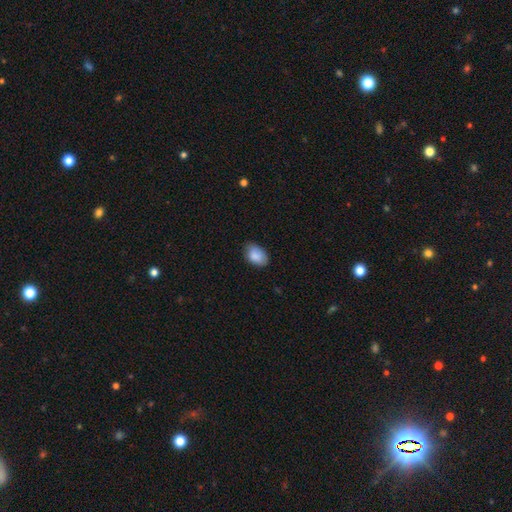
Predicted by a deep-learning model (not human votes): Q: Smooth or featured?
A: smooth (88%); runner-up: star or artifact (7%)
Q: How rounded?
A: in between (89%); runner-up: round (9%)
Q: Merging?
A: none (76%); runner-up: minor disturbance (20%)